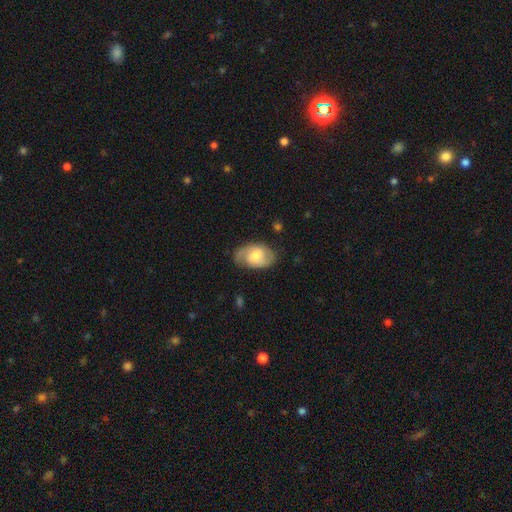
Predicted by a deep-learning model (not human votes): This appears to be a featured or disk galaxy (62%) with a weak bar (46%), 2 (80%) medium (47%) spiral arms (89%) and a moderate central bulge (43%). Merging: none (72%).